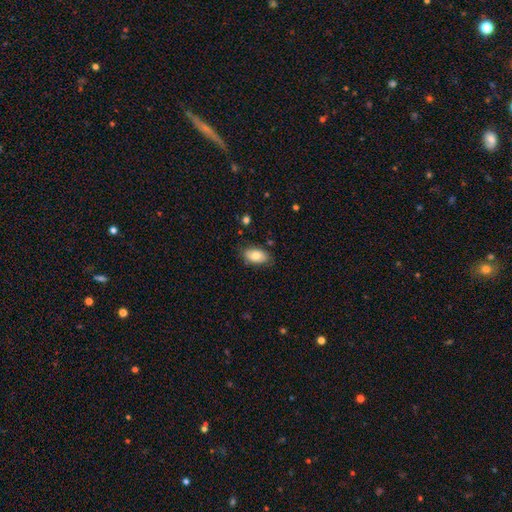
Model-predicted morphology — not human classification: Smooth or featured?
  - smooth: 77% *
  - featured or disk: 17%
  - star or artifact: 7%
How rounded?
  - in between: 93% *
  - round: 5%
  - cigar-shaped: 2%
Merging?
  - none: 80% *
  - minor disturbance: 16%
  - major disturbance: 3%
  - merger: 1%